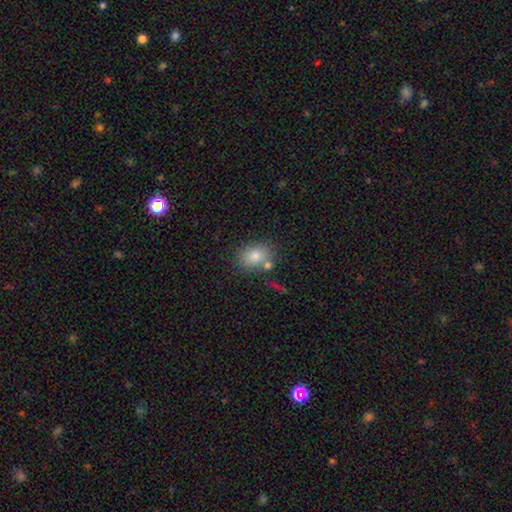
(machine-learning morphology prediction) Q: Smooth or featured?
A: smooth (79%); runner-up: featured or disk (11%)
Q: How rounded?
A: in between (66%); runner-up: round (32%)
Q: Merging?
A: none (69%); runner-up: merger (14%)